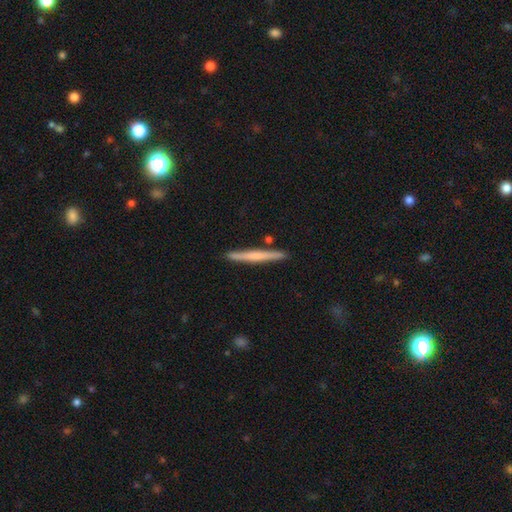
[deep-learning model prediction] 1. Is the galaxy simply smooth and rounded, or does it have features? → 48% smooth, 47% featured or disk, 5% star or artifact.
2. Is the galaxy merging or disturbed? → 90% none, 7% minor disturbance, 2% merger, 1% major disturbance.